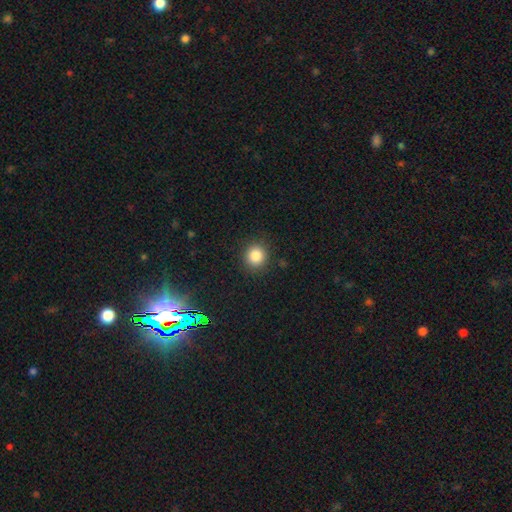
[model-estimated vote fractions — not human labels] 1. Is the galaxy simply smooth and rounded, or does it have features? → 85% smooth, 11% star or artifact, 4% featured or disk.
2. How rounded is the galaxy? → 89% round, 10% in between, 1% cigar-shaped.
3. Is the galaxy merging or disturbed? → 89% none, 7% minor disturbance, 3% major disturbance, 1% merger.